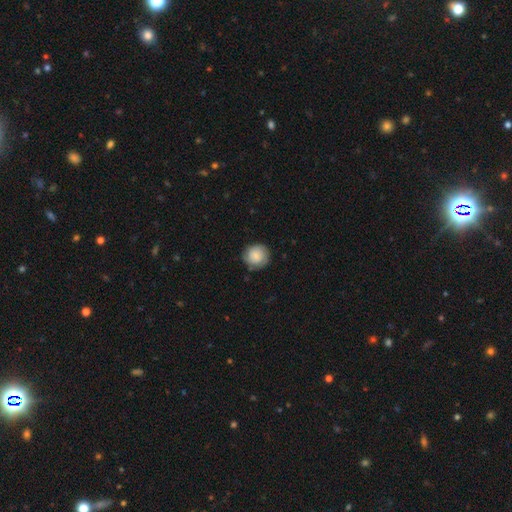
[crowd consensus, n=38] Overall: smooth (55%; featured or disk 37%). How rounded: round (86%). Merging: none (57%; minor disturbance 37%).